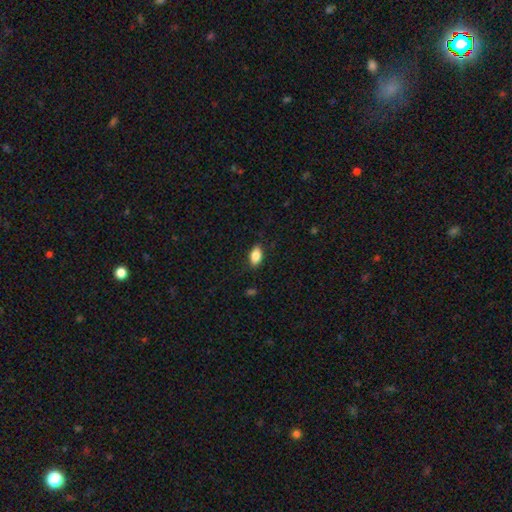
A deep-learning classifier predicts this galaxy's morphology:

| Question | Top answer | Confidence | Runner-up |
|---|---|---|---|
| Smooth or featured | smooth | 84% | featured or disk (8%) |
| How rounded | in between | 90% | round (5%) |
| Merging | none | 85% | minor disturbance (11%) |